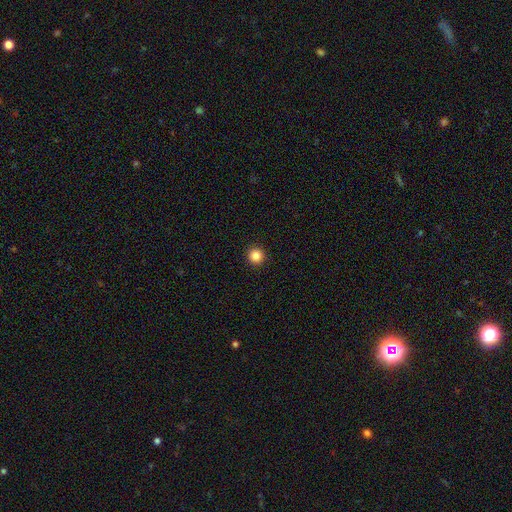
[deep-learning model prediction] Smooth or featured?
  - smooth: 86% *
  - star or artifact: 11%
  - featured or disk: 3%
How rounded?
  - round: 95% *
  - in between: 4%
  - cigar-shaped: 1%
Merging?
  - none: 93% *
  - minor disturbance: 4%
  - major disturbance: 2%
  - merger: 1%